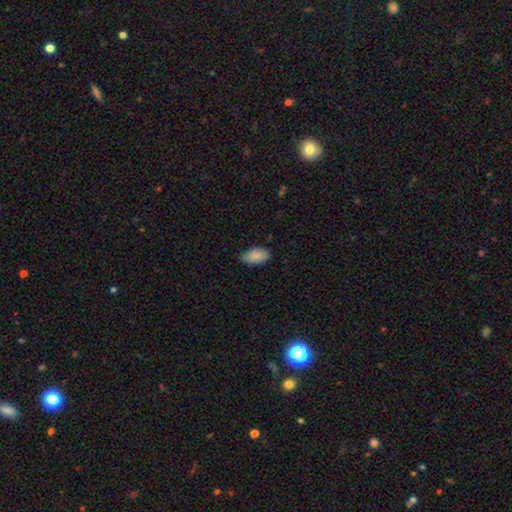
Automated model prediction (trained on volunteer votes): Smooth or featured: smooth — 88% (star or artifact — 7%)
How rounded: in between — 93% (cigar-shaped — 4%)
Merging: none — 76% (minor disturbance — 20%)